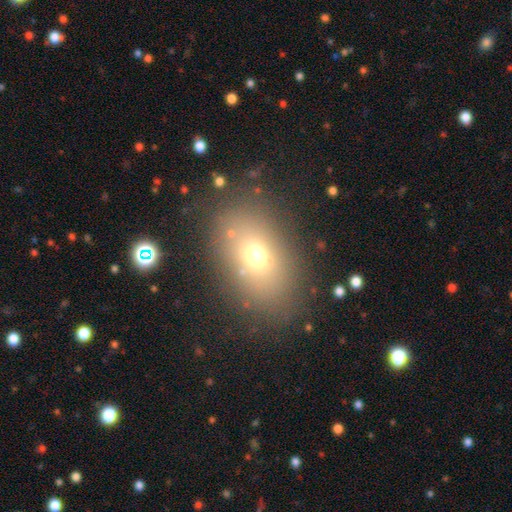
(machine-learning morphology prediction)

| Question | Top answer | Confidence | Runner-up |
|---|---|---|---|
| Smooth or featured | smooth | 67% | star or artifact (17%) |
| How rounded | in between | 74% | round (24%) |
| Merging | none | 79% | minor disturbance (11%) |